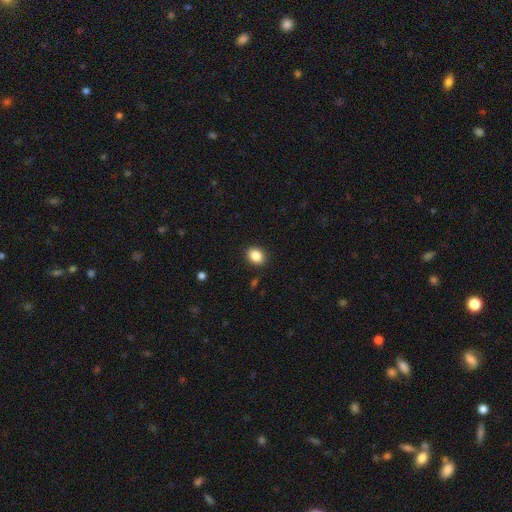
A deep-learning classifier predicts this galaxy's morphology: Smooth or featured: smooth — 87% (star or artifact — 9%)
How rounded: in between — 57% (round — 42%)
Merging: none — 90% (minor disturbance — 7%)